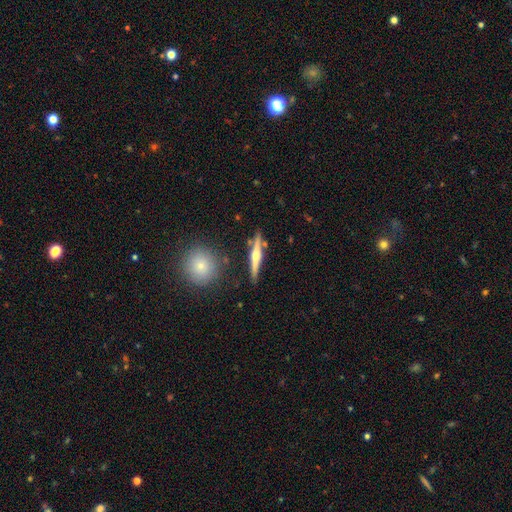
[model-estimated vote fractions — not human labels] Overall: featured or disk (71%). Edge-on disk: yes (97%). Edge-on bulge: rounded (87%). Merging: none (86%).